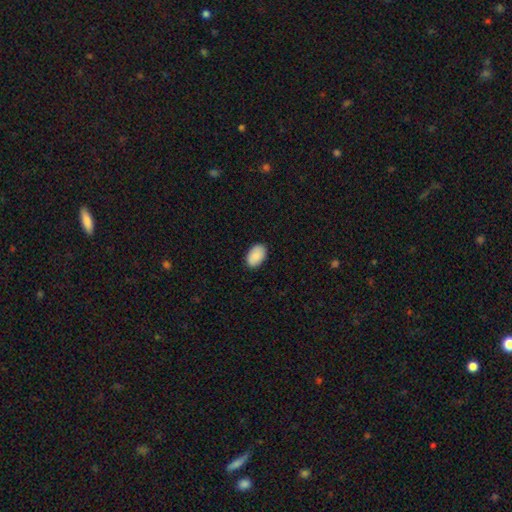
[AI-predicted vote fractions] smooth-or-featured: smooth: 90% | star or artifact: 6% | featured or disk: 3%
  how-rounded: in between: 91% | round: 8% | cigar-shaped: 1%
  merging: none: 88% | minor disturbance: 9% | major disturbance: 2% | merger: 1%